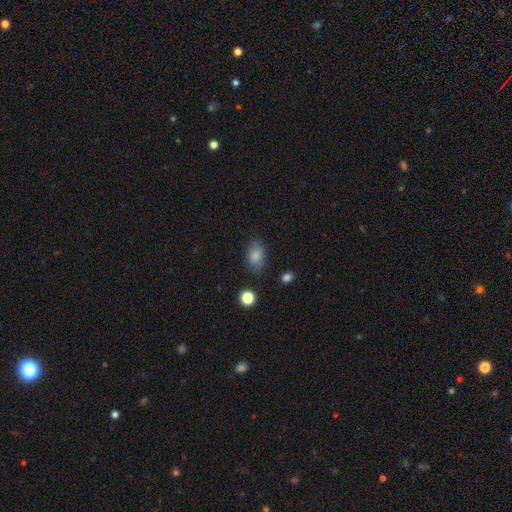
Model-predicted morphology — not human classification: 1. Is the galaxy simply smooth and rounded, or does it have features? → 83% smooth, 10% star or artifact, 7% featured or disk.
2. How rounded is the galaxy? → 84% in between, 14% round, 2% cigar-shaped.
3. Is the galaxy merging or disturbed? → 74% none, 18% minor disturbance, 5% major disturbance, 2% merger.